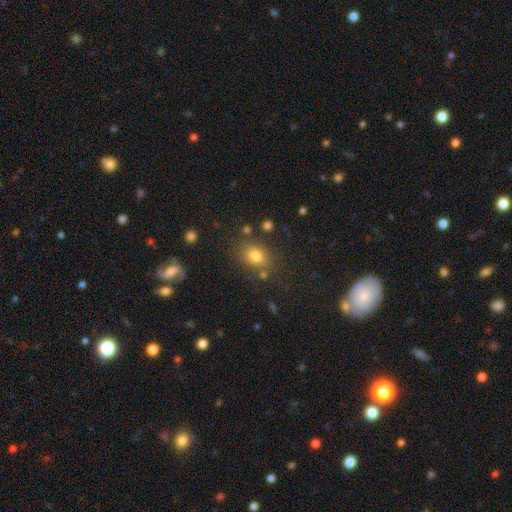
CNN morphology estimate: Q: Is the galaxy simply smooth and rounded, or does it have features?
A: smooth — 77%.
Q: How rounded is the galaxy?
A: round — 52%.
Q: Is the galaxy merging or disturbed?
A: none — 76%.